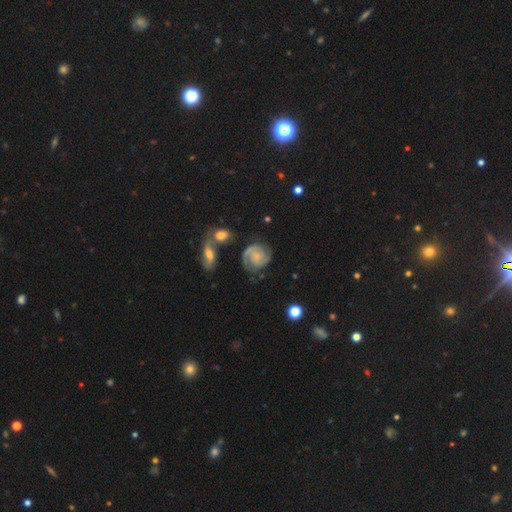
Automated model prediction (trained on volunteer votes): smooth_or_featured: featured or disk (p=0.83) [alt: smooth p=0.11]
disk_edge_on: no (p=0.98) [alt: yes p=0.02]
bar: no (p=0.62) [alt: weak p=0.31]
has_spiral_arms: yes (p=0.97) [alt: no p=0.03]
spiral_winding: tight (p=0.46) [alt: medium p=0.43]
spiral_arm_count: 2 (p=0.82) [alt: can't tell p=0.06]
bulge_size: small (p=0.45) [alt: none p=0.35]
merging: none (p=0.70) [alt: minor disturbance p=0.17]